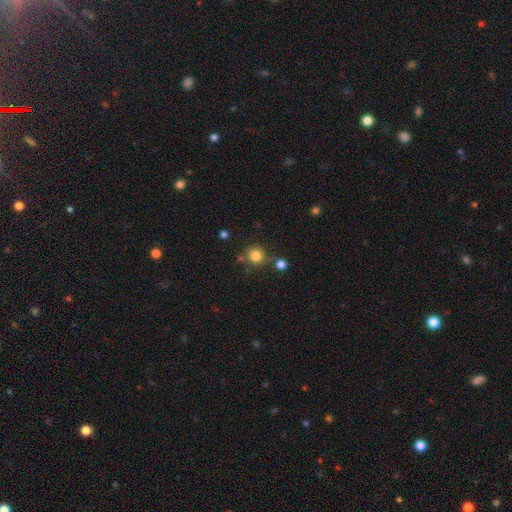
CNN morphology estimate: Smooth or featured? Predicted: smooth (p=0.82). How rounded? Predicted: round (p=0.92). Merging? Predicted: none (p=0.75).